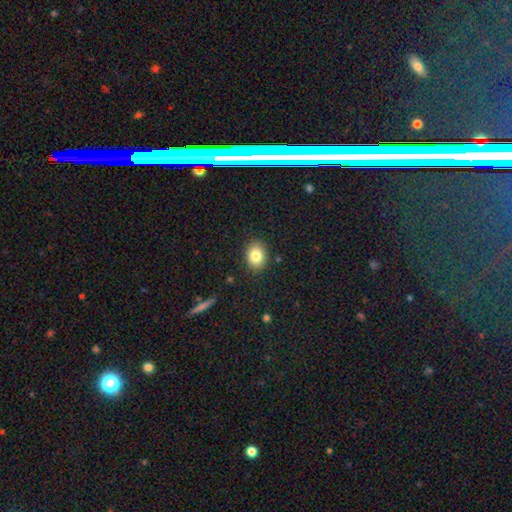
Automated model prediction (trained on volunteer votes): Smooth or featured? Predicted: smooth (p=0.82). How rounded? Predicted: in between (p=0.61). Merging? Predicted: none (p=0.87).